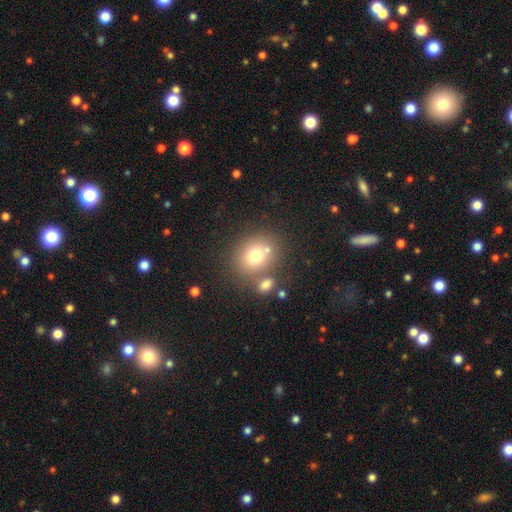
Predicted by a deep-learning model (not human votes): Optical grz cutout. It shows a smooth galaxy with no disk features (73%) that is round (68%). Merging: none (62%).